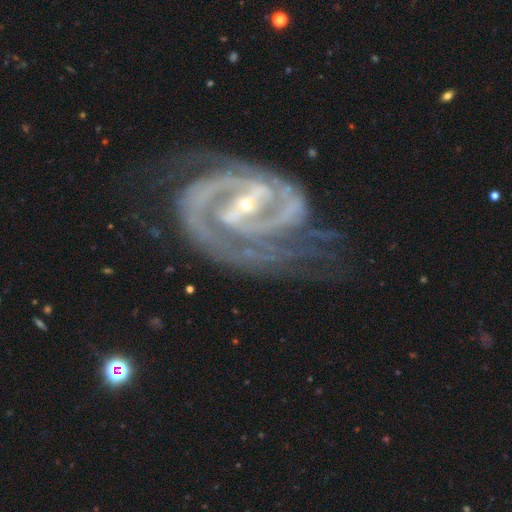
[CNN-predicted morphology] featured or disk 93%, star or artifact 4%, smooth 2%. Down the decision tree: edge-on disk — no (97%); bar — strong (55%); spiral arms — yes (99%); spiral arm count — 2 (81%); spiral winding — tight (53%); bulge size — small (74%); merging — none (58%).